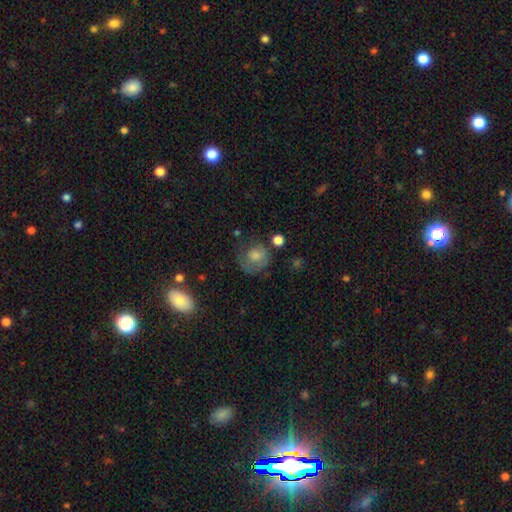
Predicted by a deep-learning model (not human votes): A smooth galaxy with no disk features (52%) that is round (73%).

Vote fractions:
- Smooth or featured? smooth: 52% / featured or disk: 36% / star or artifact: 12%
- How rounded? round: 73% / in between: 26% / cigar-shaped: 1%
- Merging? none: 55% / minor disturbance: 22% / major disturbance: 20% / merger: 3%